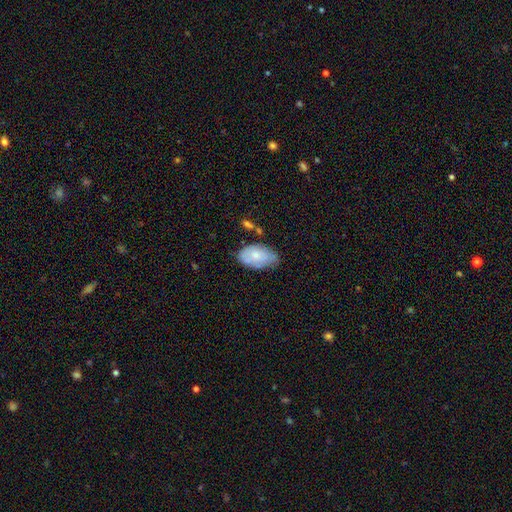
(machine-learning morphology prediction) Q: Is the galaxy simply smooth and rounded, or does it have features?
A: smooth — 71%.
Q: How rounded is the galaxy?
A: in between — 93%.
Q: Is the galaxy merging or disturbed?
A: none — 59%.